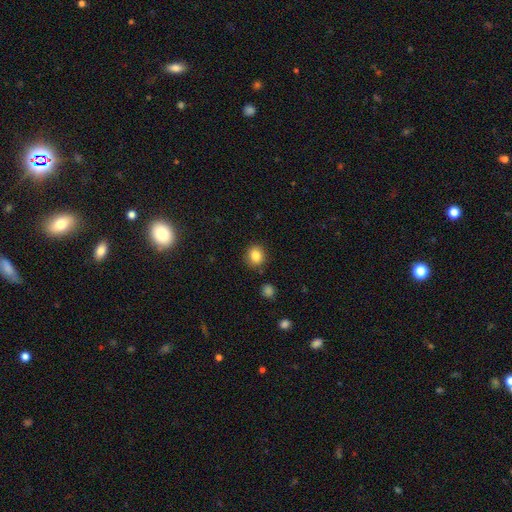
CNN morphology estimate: Smooth or featured? Predicted: smooth (p=0.84). How rounded? Predicted: round (p=0.75). Merging? Predicted: none (p=0.87).